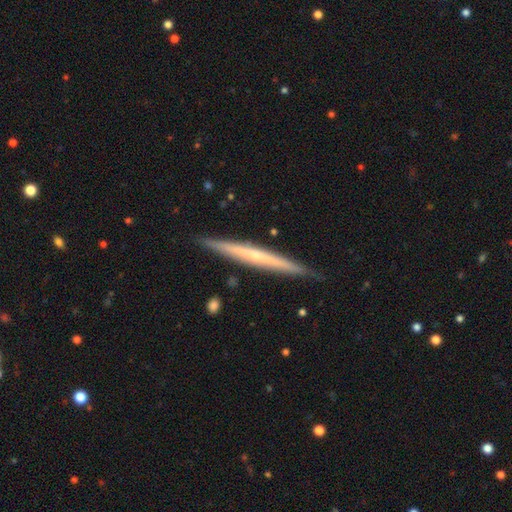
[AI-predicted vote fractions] smooth_or_featured: featured or disk (p=0.67) [alt: smooth p=0.28]
disk_edge_on: yes (p=0.97) [alt: no p=0.03]
edge_on_bulge: none (p=0.55) [alt: rounded p=0.41]
merging: none (p=0.90) [alt: minor disturbance p=0.08]